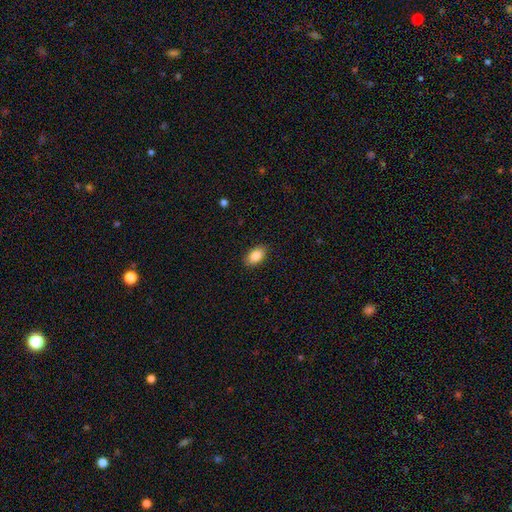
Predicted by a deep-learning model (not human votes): This is clearly a smooth galaxy (86%). How rounded: clearly in between (92%). Merging: clearly none (88%).